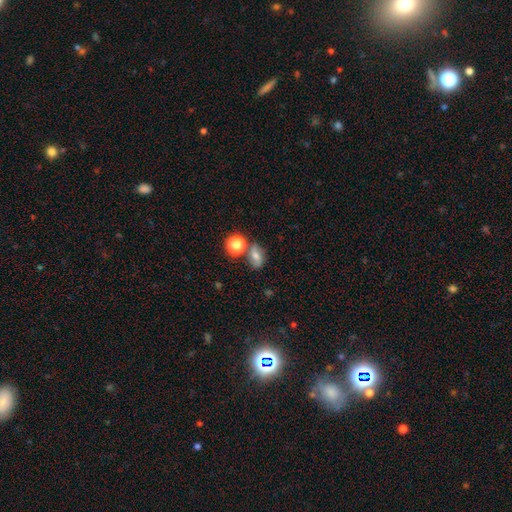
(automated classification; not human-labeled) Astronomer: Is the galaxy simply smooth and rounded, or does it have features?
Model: smooth — 62%.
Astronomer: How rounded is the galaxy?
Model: in between — 65%.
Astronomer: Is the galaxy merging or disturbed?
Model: none — 63%.